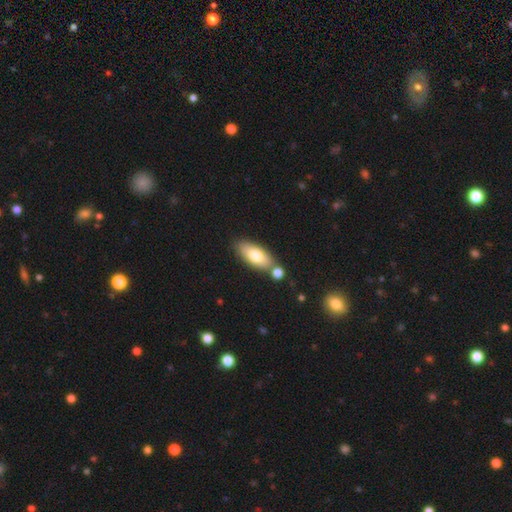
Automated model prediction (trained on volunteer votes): smooth-or-featured: smooth: 74% | featured or disk: 20% | star or artifact: 6%
  how-rounded: in between: 81% | cigar-shaped: 17% | round: 3%
  merging: none: 67% | merger: 20% | minor disturbance: 11% | major disturbance: 3%